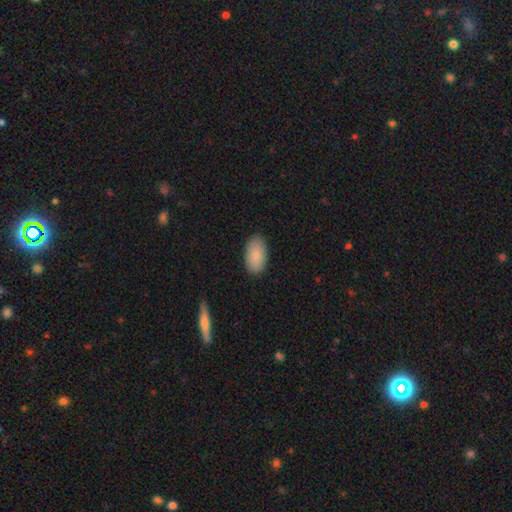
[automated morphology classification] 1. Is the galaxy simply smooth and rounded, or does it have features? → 86% smooth, 7% featured or disk, 6% star or artifact.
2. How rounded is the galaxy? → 94% in between, 4% round, 2% cigar-shaped.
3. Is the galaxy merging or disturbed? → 87% none, 9% minor disturbance, 2% major disturbance, 1% merger.